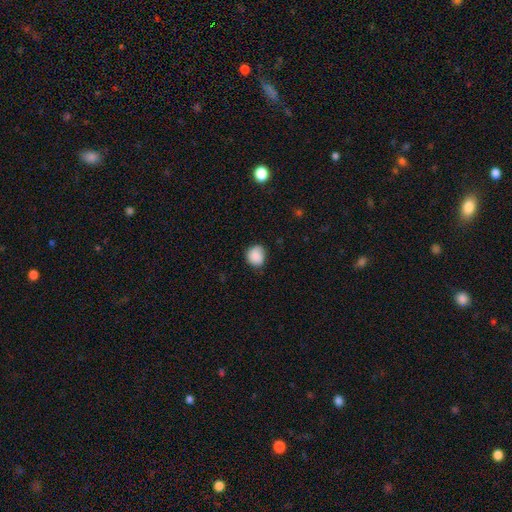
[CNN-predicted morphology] smooth-or-featured: smooth: 85% | star or artifact: 8% | featured or disk: 7%
  how-rounded: round: 73% | in between: 26% | cigar-shaped: 1%
  merging: none: 71% | minor disturbance: 23% | major disturbance: 5% | merger: 1%